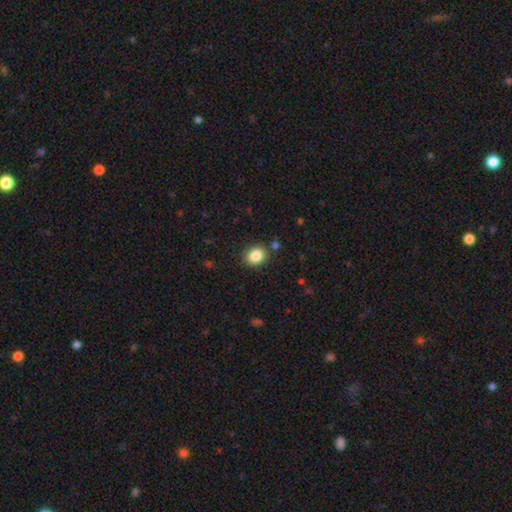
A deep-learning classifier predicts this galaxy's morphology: Smooth or featured? Predicted: smooth (p=0.85). How rounded? Predicted: round (p=0.60). Merging? Predicted: none (p=0.86).